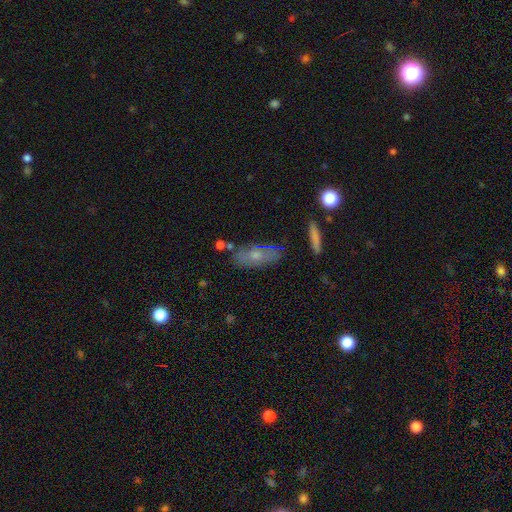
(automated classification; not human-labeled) Morphology: type=smooth (48%); merging=none (70%).